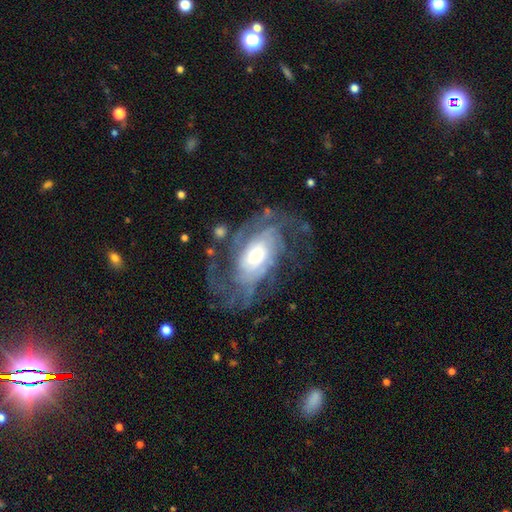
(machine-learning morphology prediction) featured or disk 86%, smooth 9%, star or artifact 6%. Down the decision tree: edge-on disk — no (96%); bar — no (65%); spiral arms — yes (94%); spiral arm count — can't tell (30%); spiral winding — tight (49%); bulge size — moderate (50%); merging — none (64%).